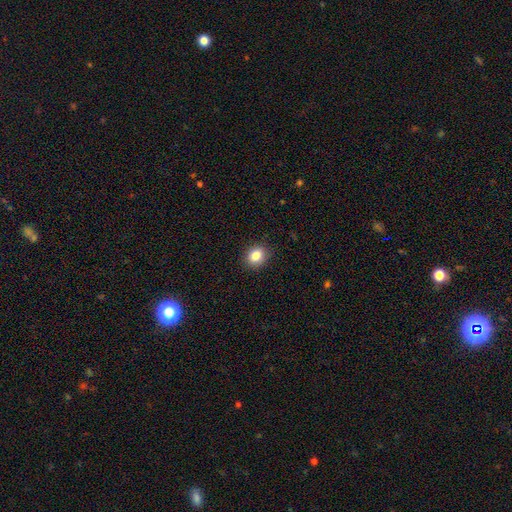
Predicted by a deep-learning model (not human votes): This is clearly a smooth galaxy (83%). How rounded: possibly round (59%). Merging: clearly none (89%).